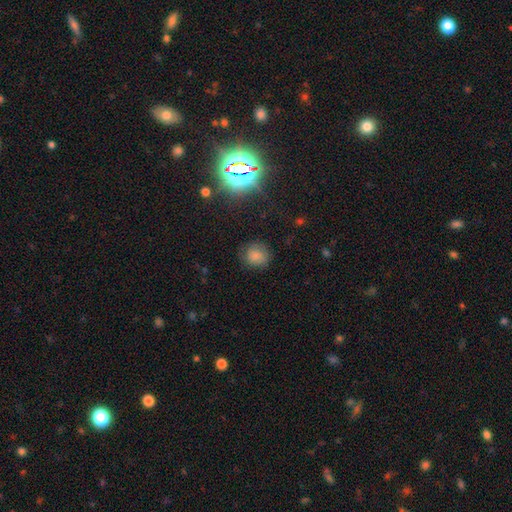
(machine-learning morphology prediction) A smooth galaxy with no disk features (79%) that is round (81%). Merging: none (75%).